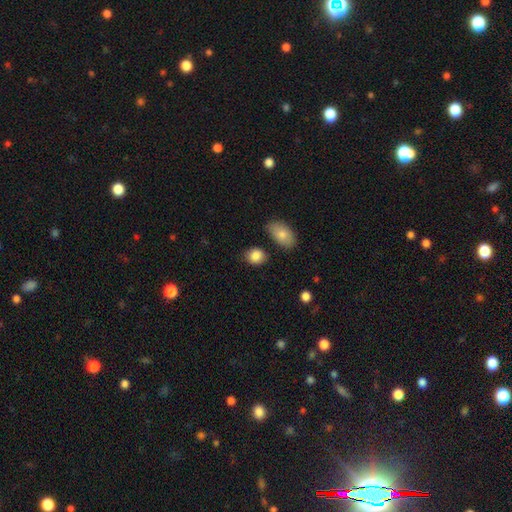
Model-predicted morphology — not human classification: smooth-or-featured: smooth: 87% | star or artifact: 8% | featured or disk: 6%
  how-rounded: in between: 51% | round: 48% | cigar-shaped: 1%
  merging: none: 74% | minor disturbance: 16% | merger: 6% | major disturbance: 4%